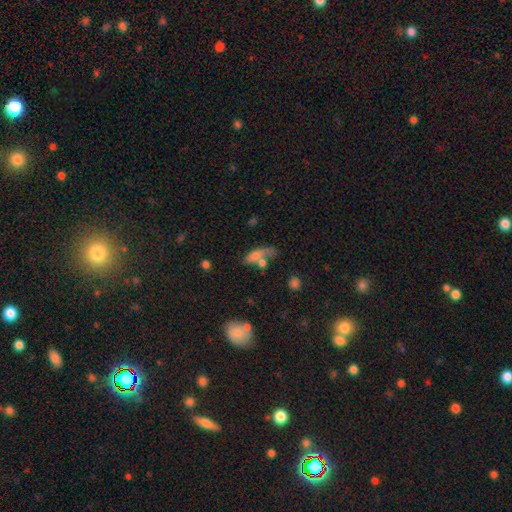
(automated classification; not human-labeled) The model was most divided on "merging": merger: 38%, none: 30%, minor disturbance: 16%, major disturbance: 16%. More confident: smooth or featured — smooth (60%); how rounded — in between (58%).